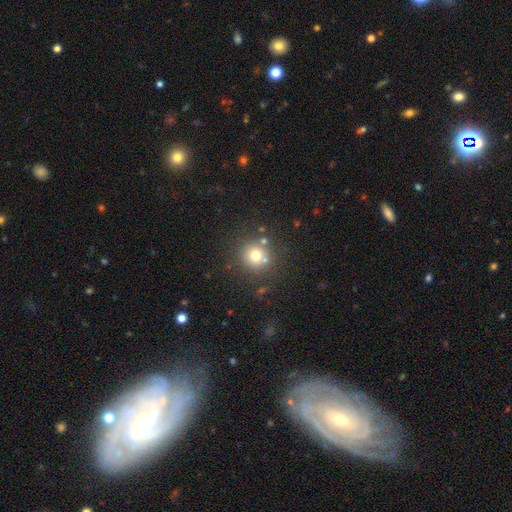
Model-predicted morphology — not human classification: smooth-or-featured: smooth: 71% | star or artifact: 16% | featured or disk: 12%
  how-rounded: round: 92% | in between: 7% | cigar-shaped: 1%
  merging: none: 75% | merger: 12% | minor disturbance: 9% | major disturbance: 4%